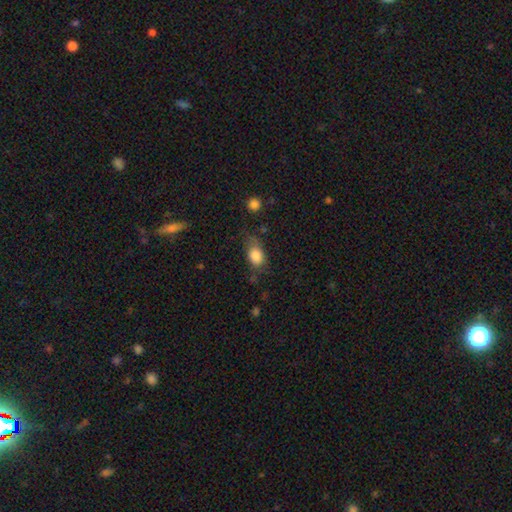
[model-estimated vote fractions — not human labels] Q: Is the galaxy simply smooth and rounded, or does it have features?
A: smooth — 83%.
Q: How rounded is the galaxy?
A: in between — 79%.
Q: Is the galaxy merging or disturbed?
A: none — 54%.